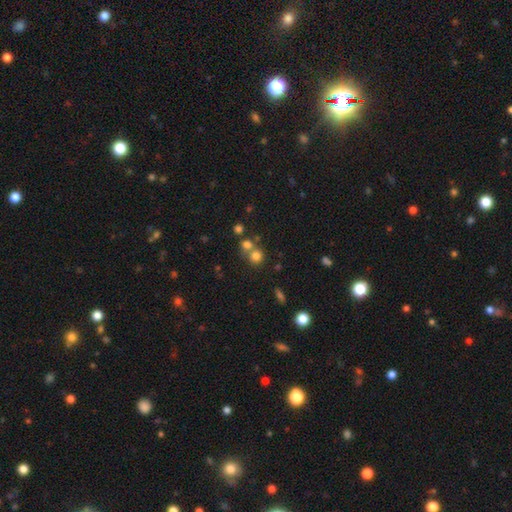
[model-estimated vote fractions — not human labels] Smooth or featured? Predicted: smooth (p=0.74). How rounded? Predicted: round (p=0.88). Merging? Predicted: none (p=0.53).